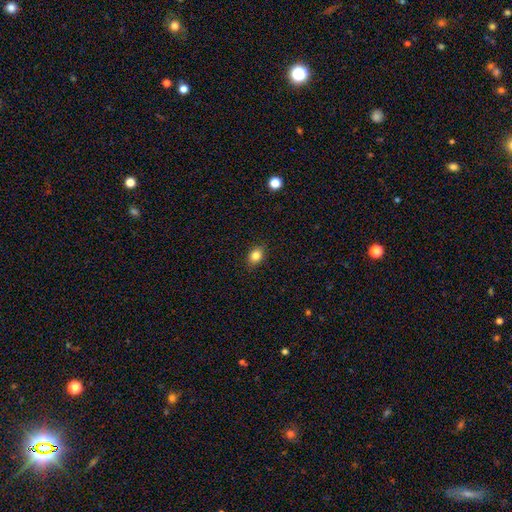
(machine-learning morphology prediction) Smooth or featured? smooth (83%)
How rounded? in between (60%)
Merging? none (87%)